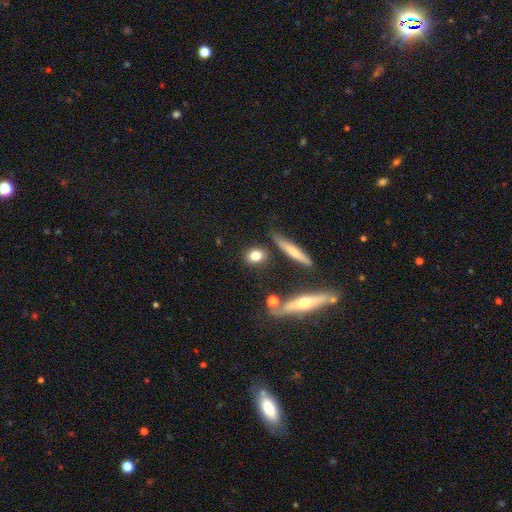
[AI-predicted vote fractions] A smooth galaxy with no disk features (78%) that is round (52%).

Vote fractions:
- Smooth or featured? smooth: 78% / featured or disk: 13% / star or artifact: 9%
- How rounded? round: 52% / in between: 37% / cigar-shaped: 11%
- Merging? none: 78% / minor disturbance: 11% / merger: 7% / major disturbance: 4%